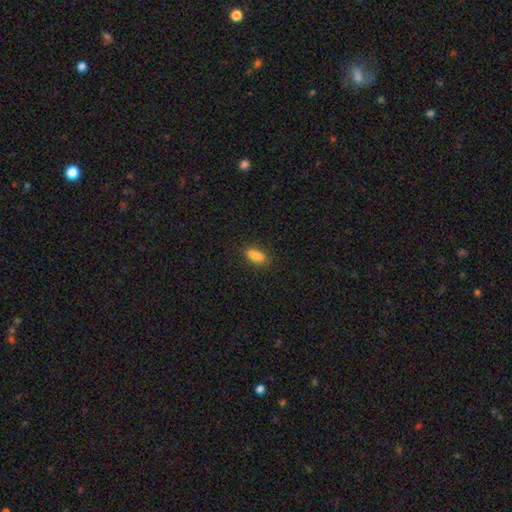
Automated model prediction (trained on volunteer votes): The model was most divided on "merging": none: 62%, minor disturbance: 18%, merger: 14%, major disturbance: 6%. More confident: smooth or featured — smooth (77%); how rounded — in between (75%).